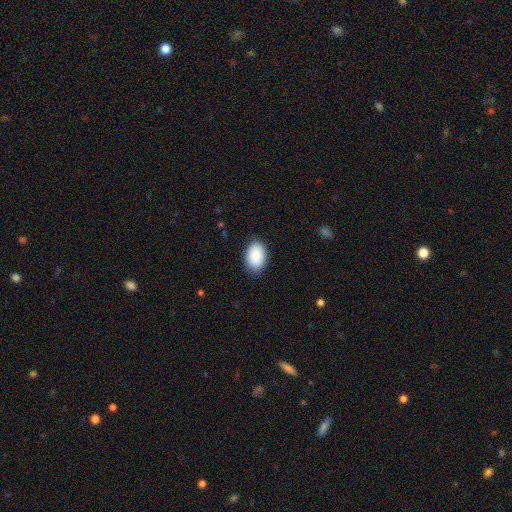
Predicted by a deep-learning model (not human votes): smooth_or_featured: smooth (p=0.90) [alt: star or artifact p=0.06]
how_rounded: in between (p=0.89) [alt: round p=0.10]
merging: none (p=0.87) [alt: minor disturbance p=0.10]